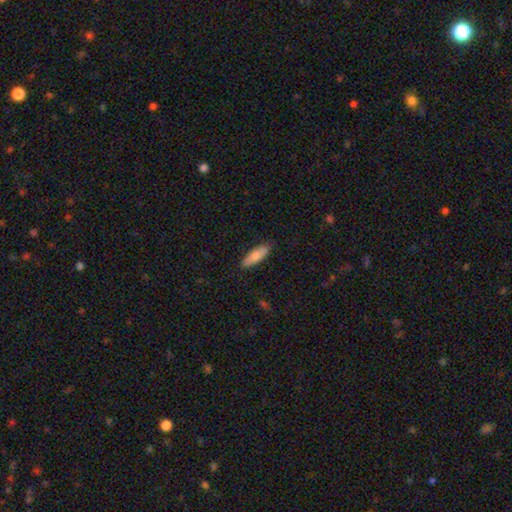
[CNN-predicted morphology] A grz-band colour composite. It shows a smooth galaxy with no disk features (81%) that is in between round and cigar-shaped (51%). Merging: none (87%).